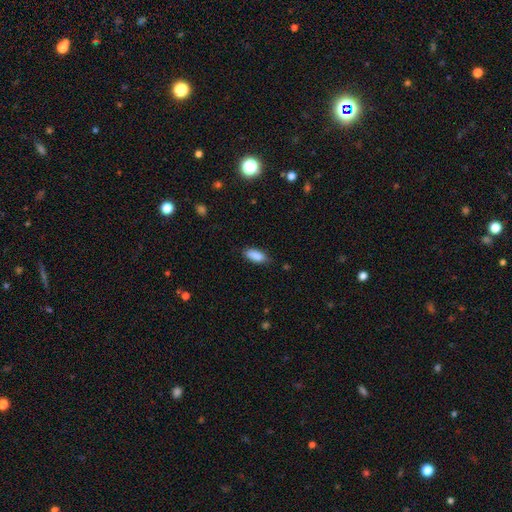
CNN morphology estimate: Smooth or featured? Predicted: smooth (p=0.87). How rounded? Predicted: in between (p=0.78). Merging? Predicted: none (p=0.80).